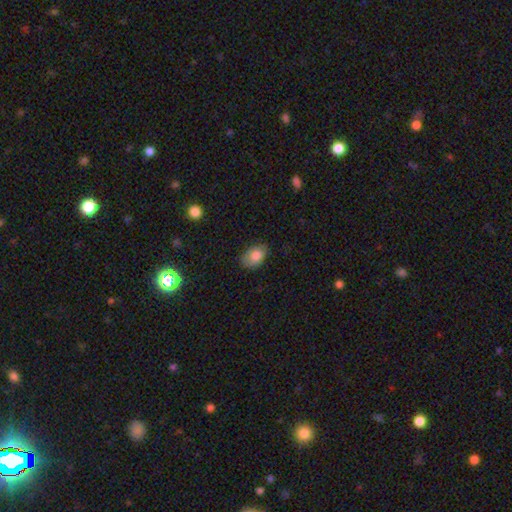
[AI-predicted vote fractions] This is clearly a smooth galaxy (83%). How rounded: clearly in between (86%). Merging: likely none (71%).